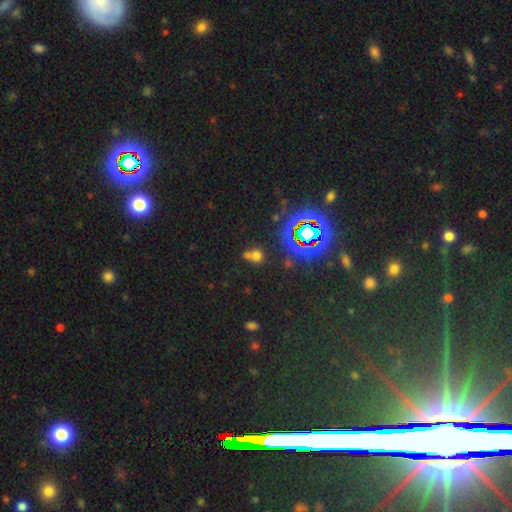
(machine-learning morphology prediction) smooth 54%, star or artifact 35%, featured or disk 11%. Down the decision tree: how rounded — round (69%); merging — none (47%).